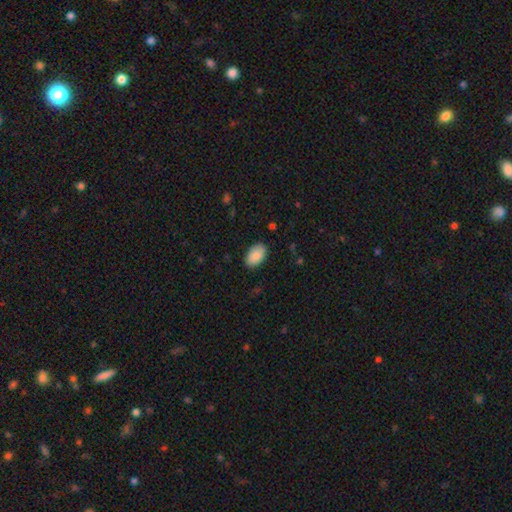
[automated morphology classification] smooth 88%, star or artifact 6%, featured or disk 6%. Down the decision tree: how rounded — in between (94%); merging — none (87%).